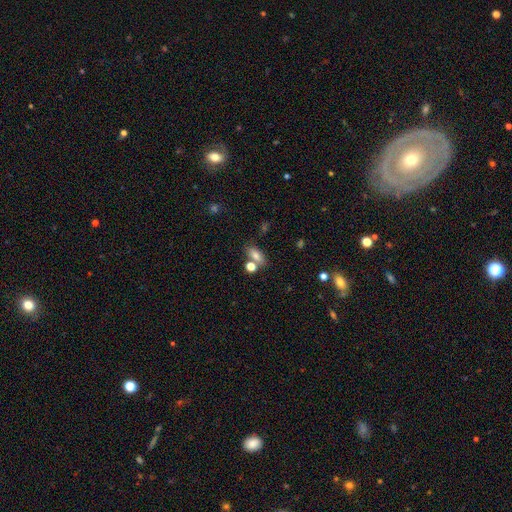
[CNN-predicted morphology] Smooth or featured: smooth — 76% (featured or disk — 13%)
How rounded: in between — 80% (round — 11%)
Merging: none — 59% (merger — 23%)